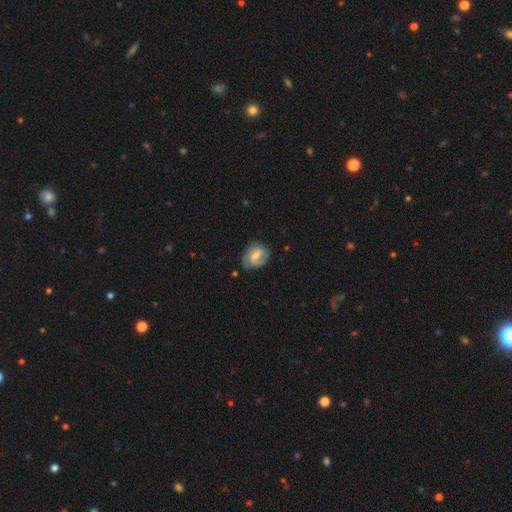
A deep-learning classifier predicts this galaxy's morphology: Smooth or featured? Predicted: featured or disk (p=0.59). Edge-on disk? Predicted: no (p=0.97). Bar? Predicted: weak (p=0.49). Spiral arms? Predicted: yes (p=0.82). Bulge size? Predicted: moderate (p=0.37). Merging? Predicted: none (p=0.57).